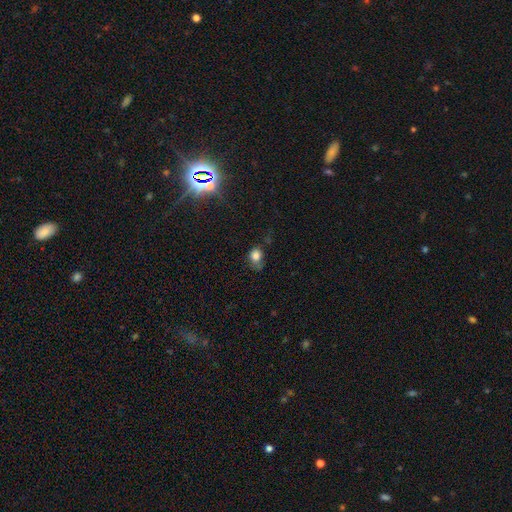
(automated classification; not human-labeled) Overall: smooth (79%). How rounded: round (52%; in between 46%). Merging: none (45%; minor disturbance 35%).